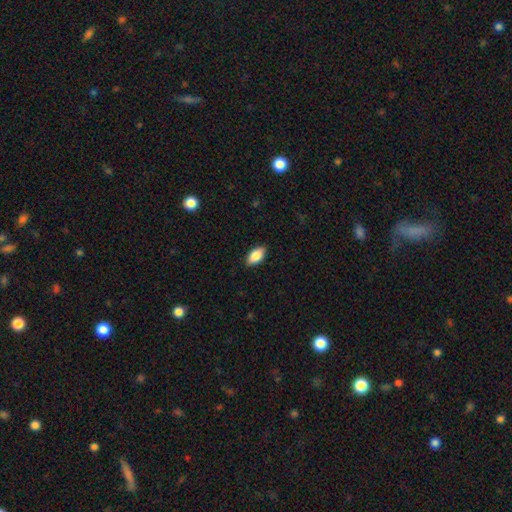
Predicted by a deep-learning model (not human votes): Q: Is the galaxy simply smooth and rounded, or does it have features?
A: smooth — 86%.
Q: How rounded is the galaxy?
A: in between — 93%.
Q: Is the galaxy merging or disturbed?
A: none — 87%.